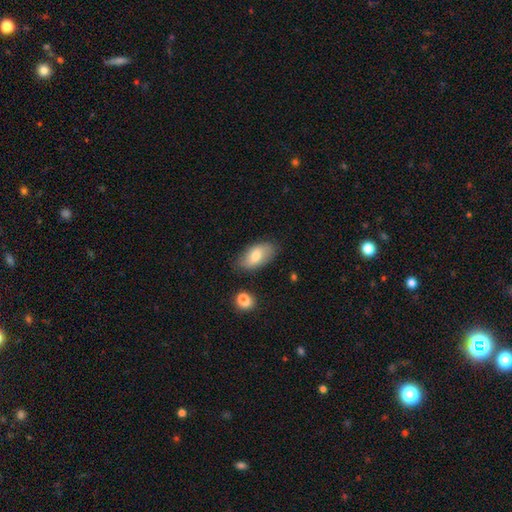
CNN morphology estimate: smooth_or_featured: smooth (p=0.74) [alt: featured or disk p=0.19]
how_rounded: in between (p=0.93) [alt: round p=0.04]
merging: none (p=0.78) [alt: minor disturbance p=0.16]